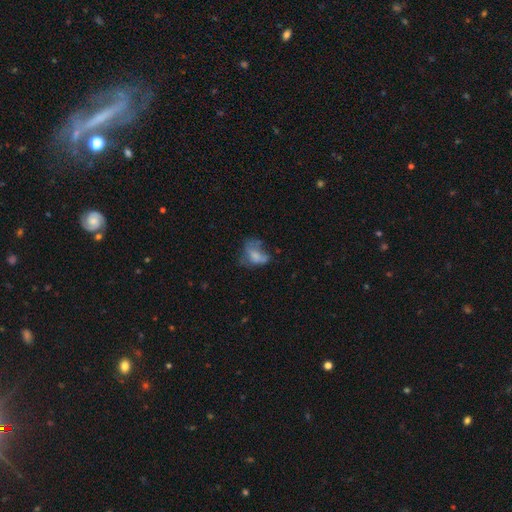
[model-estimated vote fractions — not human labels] Q: Smooth or featured?
A: smooth (55%); runner-up: featured or disk (32%)
Q: How rounded?
A: in between (82%); runner-up: round (15%)
Q: Merging?
A: major disturbance (39%); runner-up: none (29%)